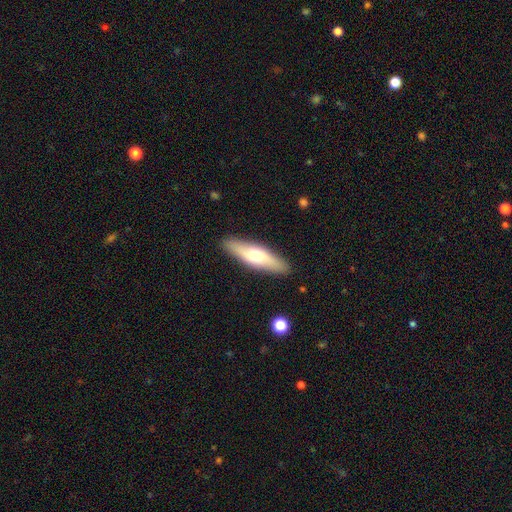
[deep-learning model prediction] Q: Smooth or featured?
A: smooth (55%); runner-up: featured or disk (39%)
Q: How rounded?
A: cigar-shaped (65%); runner-up: in between (33%)
Q: Merging?
A: none (89%); runner-up: minor disturbance (8%)